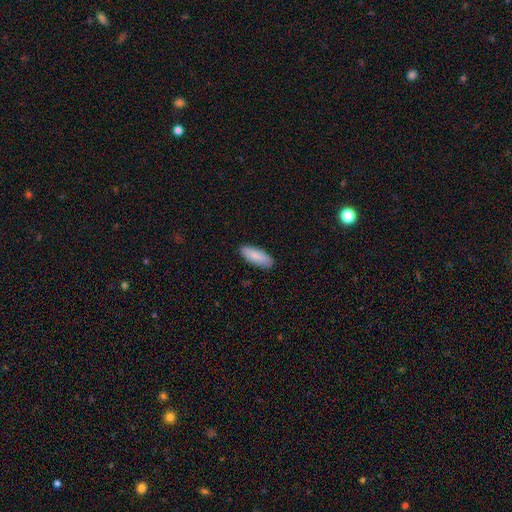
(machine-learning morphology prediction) smooth-or-featured: smooth: 86% | featured or disk: 9% | star or artifact: 5%
  how-rounded: in between: 70% | cigar-shaped: 29% | round: 2%
  merging: none: 89% | minor disturbance: 9% | major disturbance: 2% | merger: 1%